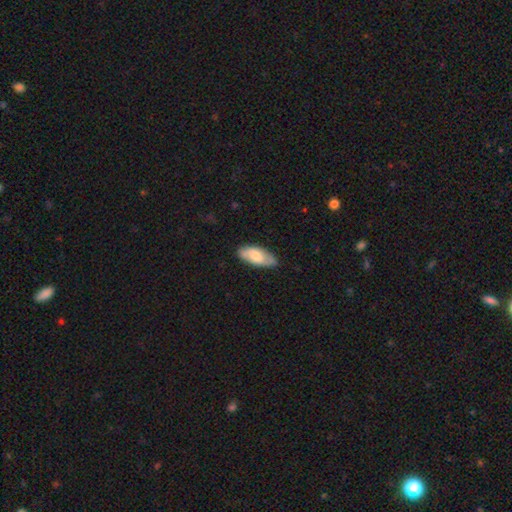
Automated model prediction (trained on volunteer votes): smooth 66%, featured or disk 29%, star or artifact 6%. Down the decision tree: how rounded — in between (86%); merging — none (75%).